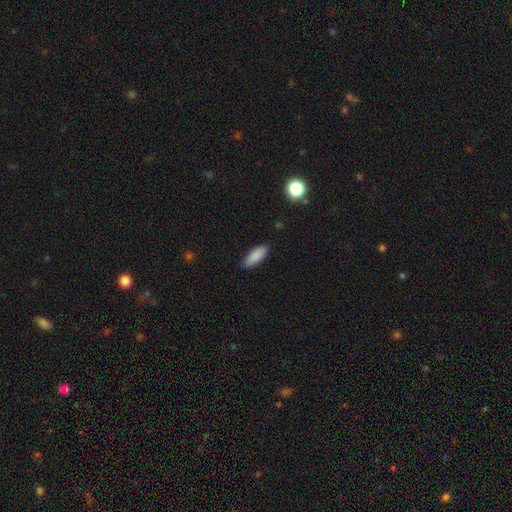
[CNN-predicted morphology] Smooth or featured? smooth (88%)
How rounded? in between (71%)
Merging? none (86%)